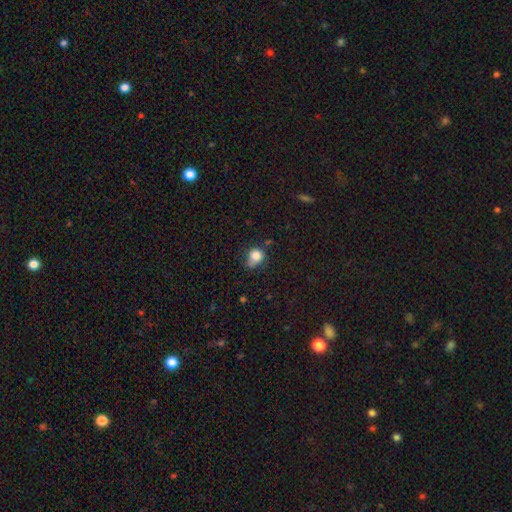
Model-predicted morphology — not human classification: A smooth galaxy with no disk features (83%) that is round (71%). Merging: none (46%).